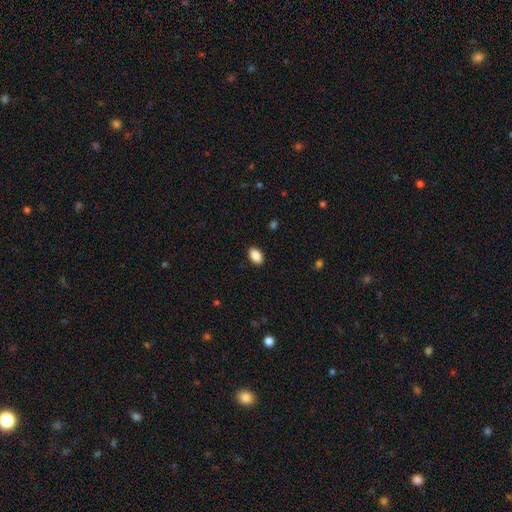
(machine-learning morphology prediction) Overall: smooth (88%). How rounded: in between (91%). Merging: none (90%).